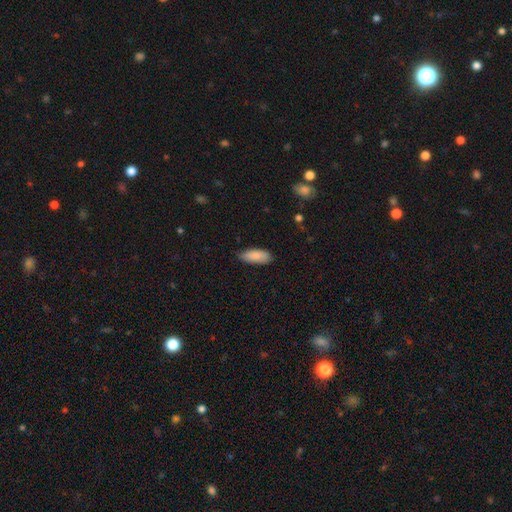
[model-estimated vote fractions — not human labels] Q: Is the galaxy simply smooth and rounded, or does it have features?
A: smooth — 87%.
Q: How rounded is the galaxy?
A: in between — 78%.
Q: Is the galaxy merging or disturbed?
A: none — 73%.